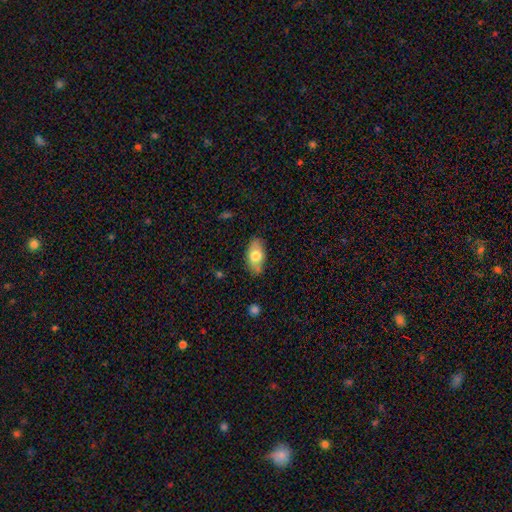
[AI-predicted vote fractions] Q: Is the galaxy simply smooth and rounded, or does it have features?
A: smooth — 71%.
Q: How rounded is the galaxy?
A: in between — 92%.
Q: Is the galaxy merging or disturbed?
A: none — 78%.